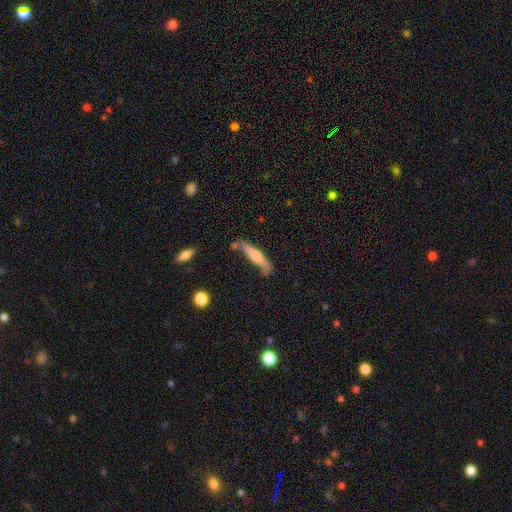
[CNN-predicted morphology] The model was most divided on "smooth or featured": smooth: 49%, featured or disk: 45%, star or artifact: 6%. More confident: merging — none (68%).